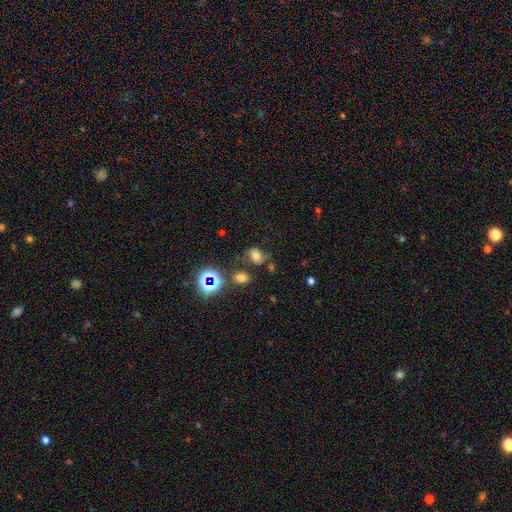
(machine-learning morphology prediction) Smooth or featured: smooth — 57% (star or artifact — 25%)
How rounded: in between — 70% (round — 29%)
Merging: none — 58% (minor disturbance — 22%)